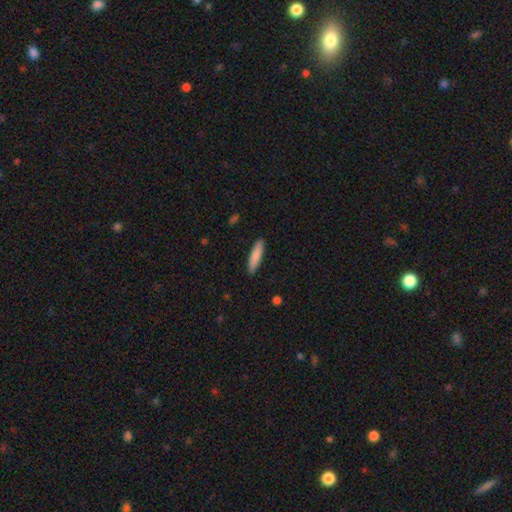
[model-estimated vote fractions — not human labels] Smooth or featured? Predicted: smooth (p=0.85). How rounded? Predicted: cigar-shaped (p=0.82). Merging? Predicted: none (p=0.90).